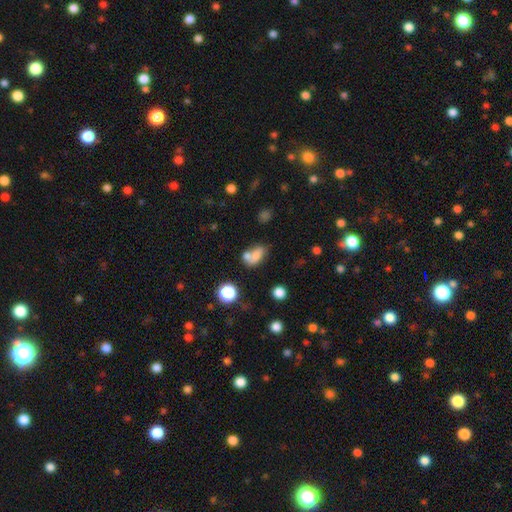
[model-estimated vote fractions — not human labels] The model was most divided on "merging": merger: 45%, none: 33%, minor disturbance: 14%, major disturbance: 8%. More confident: how rounded — in between (77%); smooth or featured — smooth (72%).